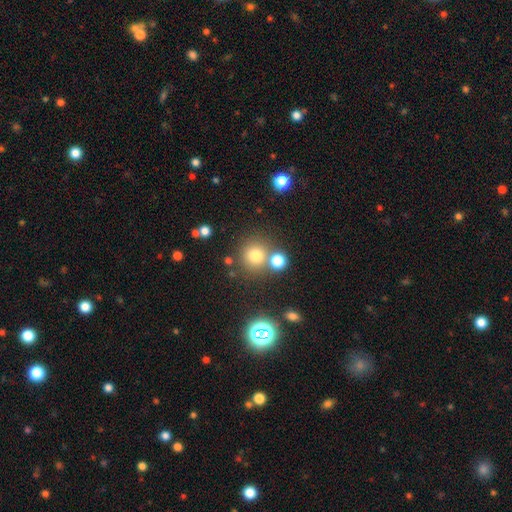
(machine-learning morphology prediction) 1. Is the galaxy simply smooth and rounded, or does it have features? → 73% smooth, 18% star or artifact, 9% featured or disk.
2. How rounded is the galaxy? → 91% round, 8% in between, 1% cigar-shaped.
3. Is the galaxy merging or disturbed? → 69% none, 19% merger, 9% minor disturbance, 4% major disturbance.